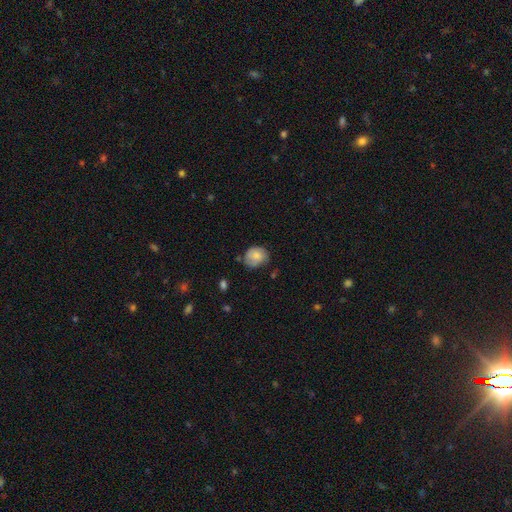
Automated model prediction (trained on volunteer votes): A smooth galaxy with no disk features (78%) that is round (59%). Merging: none (61%).